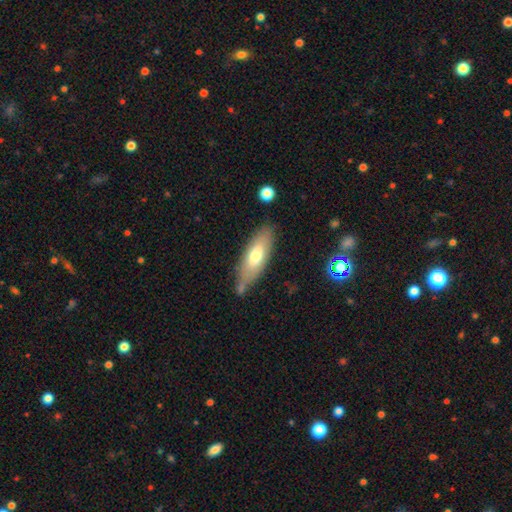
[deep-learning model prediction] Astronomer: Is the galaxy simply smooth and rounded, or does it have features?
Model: smooth — 65%.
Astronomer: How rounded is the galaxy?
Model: in between — 57% (runner-up: cigar-shaped, 41%).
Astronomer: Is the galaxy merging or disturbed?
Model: none — 71%.